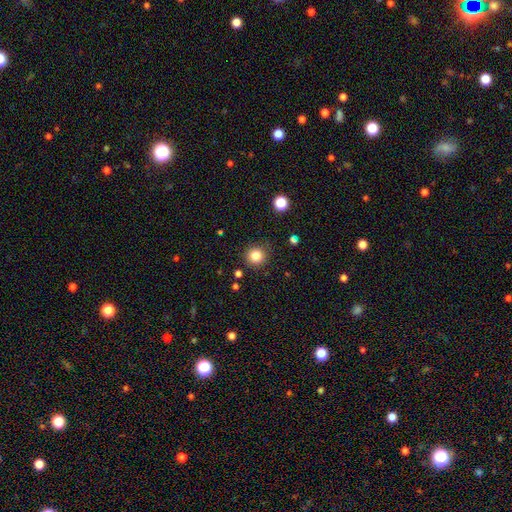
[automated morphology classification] Q: Smooth or featured?
A: smooth (83%); runner-up: star or artifact (12%)
Q: How rounded?
A: round (94%); runner-up: in between (5%)
Q: Merging?
A: none (87%); runner-up: minor disturbance (8%)